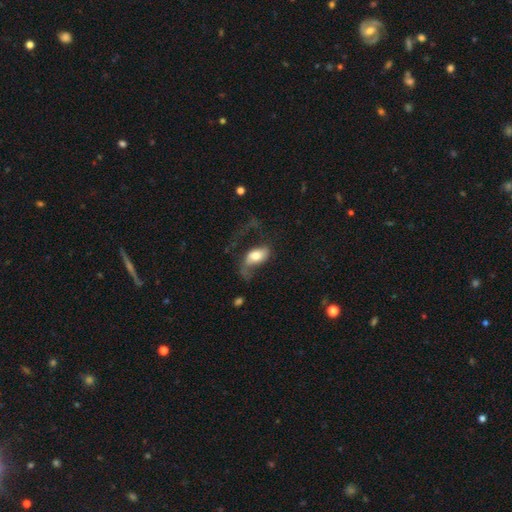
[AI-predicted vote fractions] smooth-or-featured: smooth: 53% | featured or disk: 39% | star or artifact: 7%
  how-rounded: in between: 89% | round: 7% | cigar-shaped: 4%
  merging: major disturbance: 49% | none: 28% | minor disturbance: 18% | merger: 4%